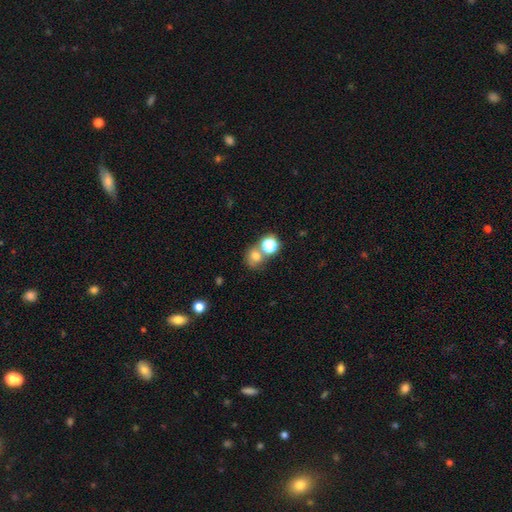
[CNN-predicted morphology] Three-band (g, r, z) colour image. It shows a smooth galaxy with no disk features (69%) that is round (72%). Merging: none (52%).